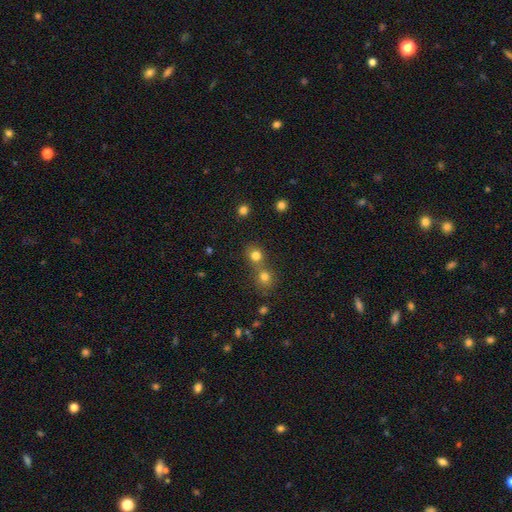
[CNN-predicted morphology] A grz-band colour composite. It shows a smooth galaxy with no disk features (78%) that is round (83%). Merging: none (49%).